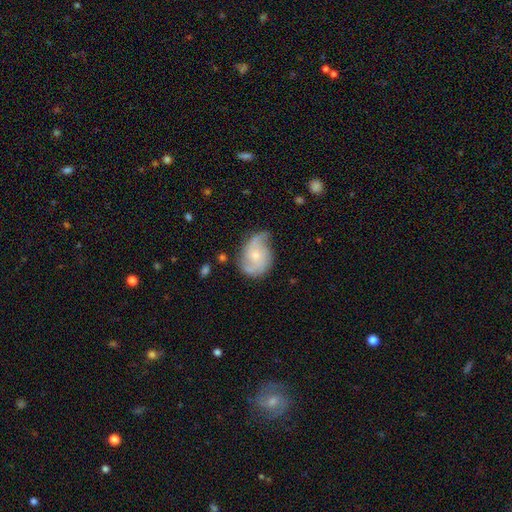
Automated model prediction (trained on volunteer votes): Morphology: type=featured or disk (73%); edge-on=no (97%); bar=no (67%); spiral arms=yes (92%); winding=medium (44%); arm count=2 (73%); bulge=small (53%); merging=none (53%).